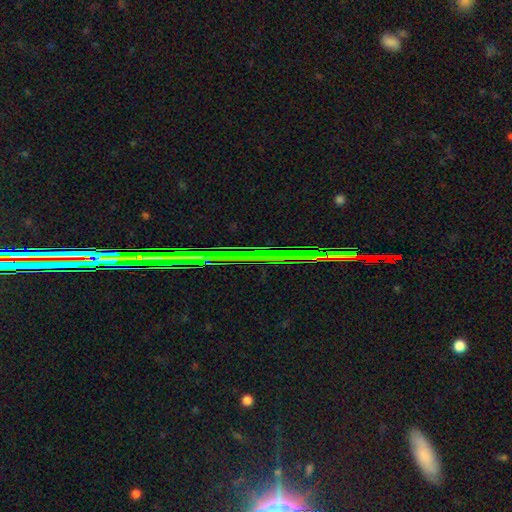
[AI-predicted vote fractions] Smooth or featured: star or artifact — 79% (featured or disk — 13%)